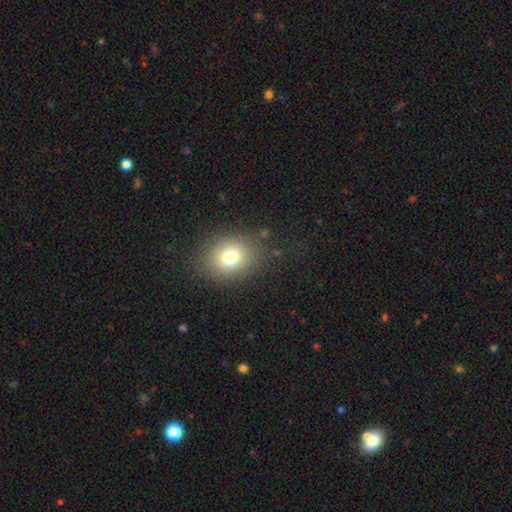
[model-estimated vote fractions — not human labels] This is likely a smooth galaxy (70%). How rounded: likely round (63%). Merging: clearly none (84%).